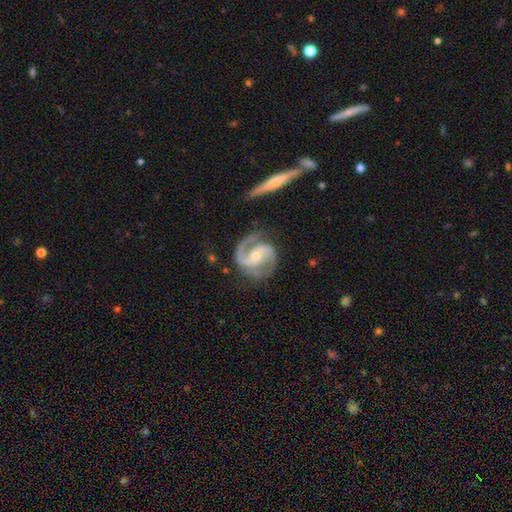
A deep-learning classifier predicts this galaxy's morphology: Smooth or featured: featured or disk — 92% (star or artifact — 4%)
Edge-on disk: no — 98% (yes — 2%)
Bar: no — 38% (weak — 37%)
Spiral arms: yes — 98% (no — 2%)
Spiral winding: medium — 60% (tight — 28%)
Spiral arm count: 2 — 92% (3 — 2%)
Bulge size: small — 53% (moderate — 43%)
Merging: none — 73% (minor disturbance — 16%)